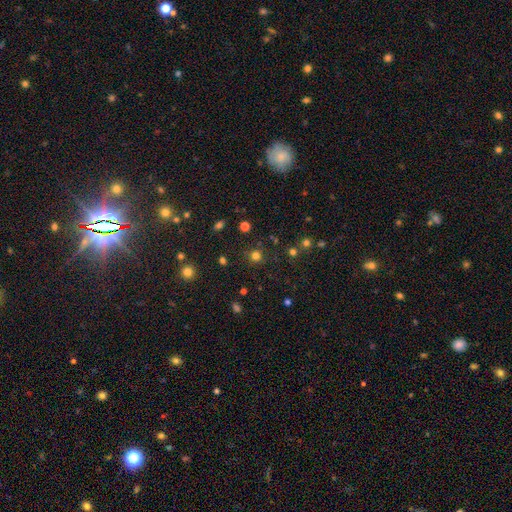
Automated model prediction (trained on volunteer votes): Morphology: type=smooth (71%); roundness=round (93%); merging=none (86%).